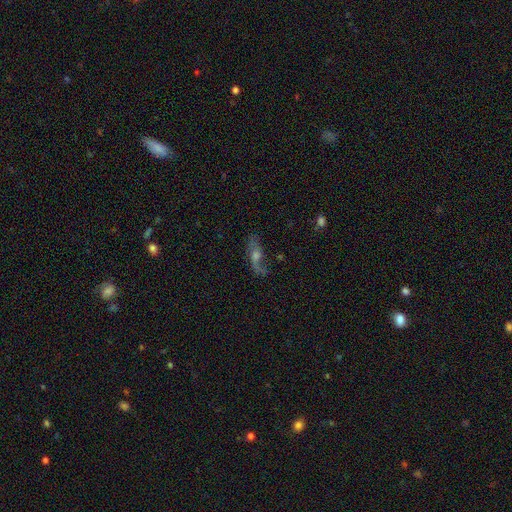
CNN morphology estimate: Q: Smooth or featured?
A: featured or disk (69%); runner-up: smooth (19%)
Q: Edge-on disk?
A: no (77%); runner-up: yes (23%)
Q: Bar?
A: no (63%); runner-up: weak (29%)
Q: Spiral arms?
A: yes (84%); runner-up: no (16%)
Q: Bulge size?
A: moderate (57%); runner-up: small (25%)
Q: Merging?
A: none (62%); runner-up: minor disturbance (20%)